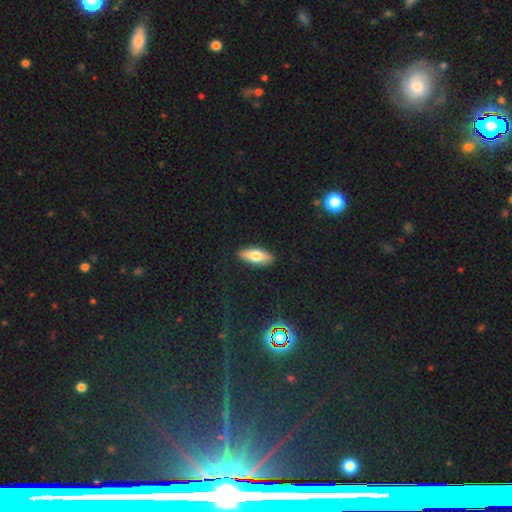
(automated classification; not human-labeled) Smooth or featured? Predicted: smooth (p=0.70). How rounded? Predicted: in between (p=0.73). Merging? Predicted: none (p=0.89).